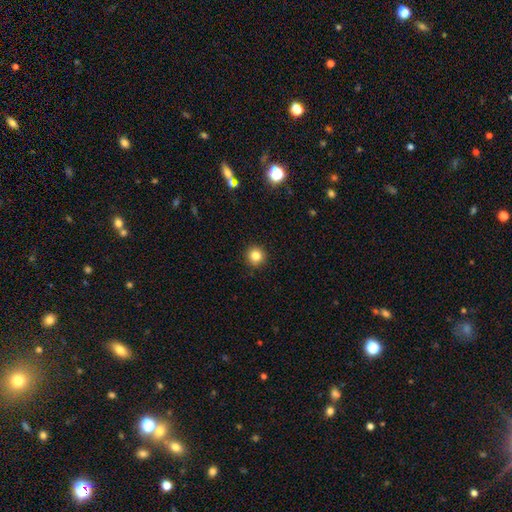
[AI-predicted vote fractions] The model was most divided on "smooth or featured": smooth: 83%, star or artifact: 12%, featured or disk: 5%. More confident: how rounded — round (95%); merging — none (92%).